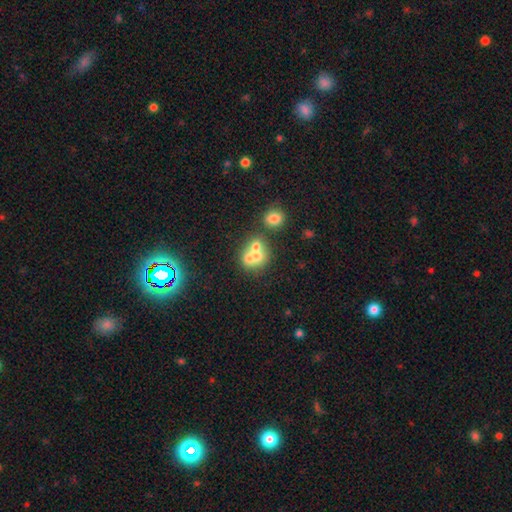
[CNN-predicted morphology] Smooth or featured?
  - smooth: 61% *
  - featured or disk: 27%
  - star or artifact: 13%
How rounded?
  - round: 67% *
  - in between: 32%
  - cigar-shaped: 1%
Merging?
  - merger: 62% *
  - none: 27%
  - minor disturbance: 7%
  - major disturbance: 4%